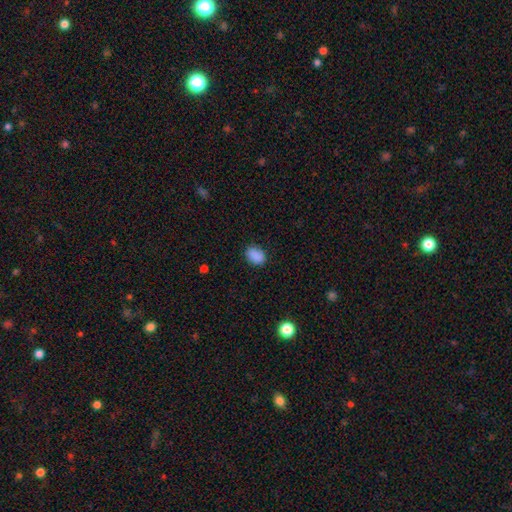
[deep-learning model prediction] smooth 88%, star or artifact 9%, featured or disk 3%. Down the decision tree: how rounded — in between (78%); merging — none (83%).